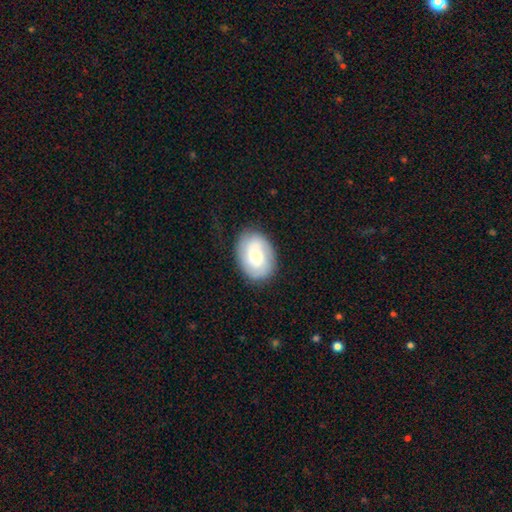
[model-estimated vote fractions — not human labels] A featured or disk galaxy (51%).

Vote fractions:
- Smooth or featured? featured or disk: 51% / smooth: 42% / star or artifact: 7%
- Edge-on disk? no: 97% / yes: 3%
- Merging? none: 80% / minor disturbance: 14% / major disturbance: 5% / merger: 1%